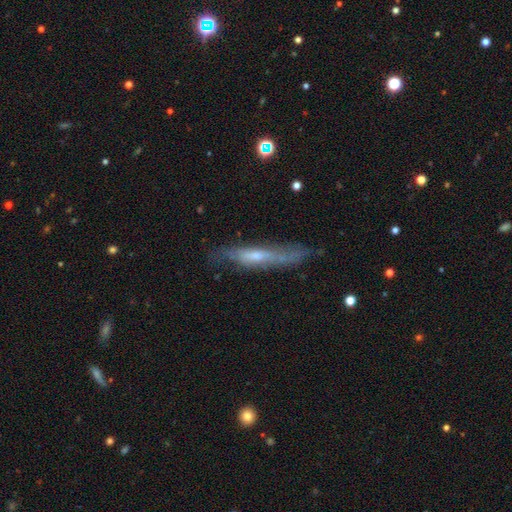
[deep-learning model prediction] featured or disk 59%, smooth 33%, star or artifact 8%. Down the decision tree: edge-on disk — yes (70%); merging — none (66%).